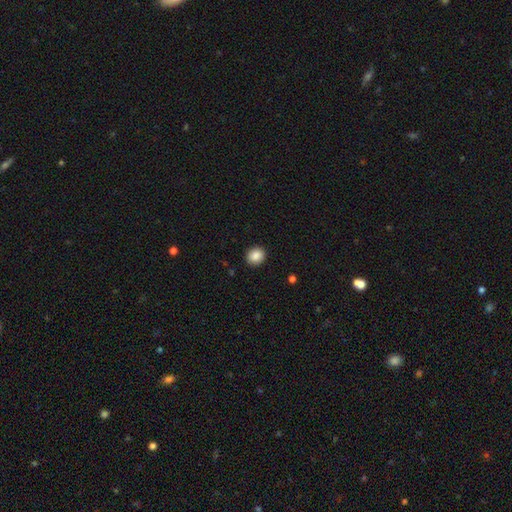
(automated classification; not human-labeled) Smooth or featured: smooth — 88% (star or artifact — 9%)
How rounded: round — 78% (in between — 21%)
Merging: none — 91% (minor disturbance — 6%)